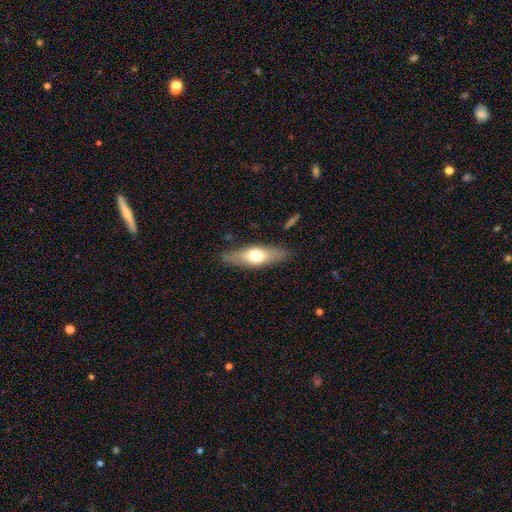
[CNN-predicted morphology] Overall: smooth (57%; featured or disk 38%). How rounded: in between (55%; cigar-shaped 42%). Merging: none (82%).